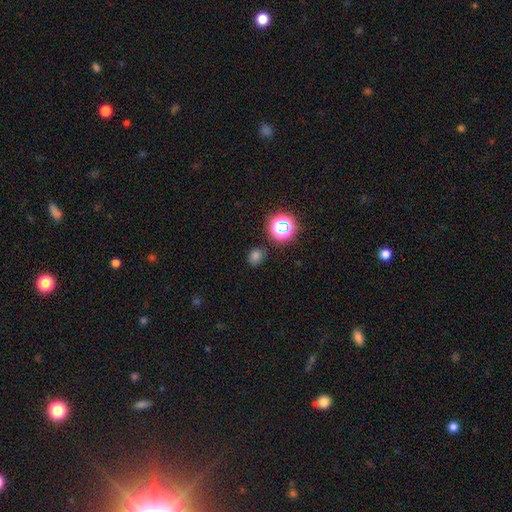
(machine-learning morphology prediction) smooth_or_featured: smooth (p=0.70) [alt: star or artifact p=0.25]
how_rounded: round (p=0.67) [alt: in between p=0.32]
merging: none (p=0.82) [alt: minor disturbance p=0.11]